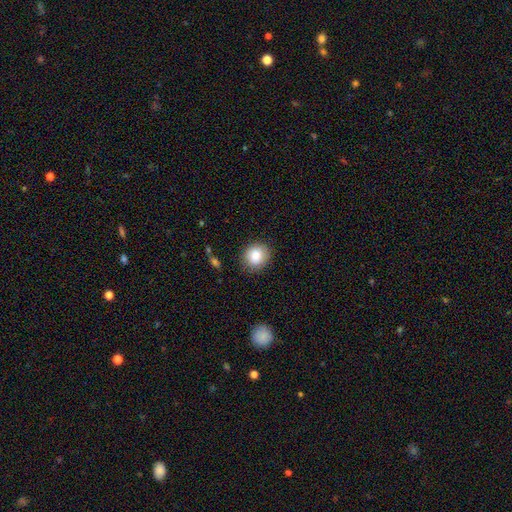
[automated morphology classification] smooth-or-featured: smooth: 86% | star or artifact: 8% | featured or disk: 6%
  how-rounded: round: 74% | in between: 25% | cigar-shaped: 1%
  merging: none: 85% | minor disturbance: 11% | major disturbance: 3% | merger: 1%